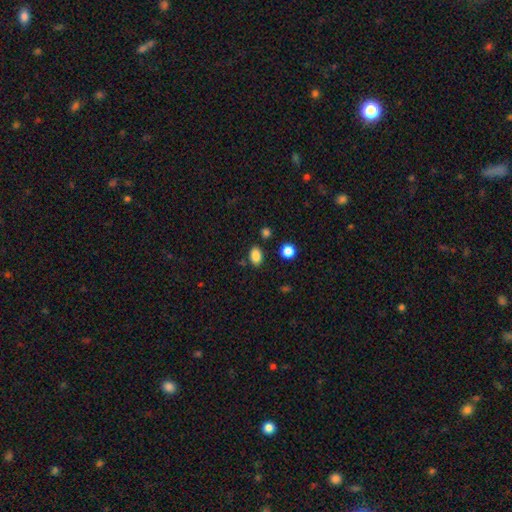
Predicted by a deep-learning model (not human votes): A smooth galaxy with no disk features (86%) that is in between round and cigar-shaped (81%). Merging: none (83%).